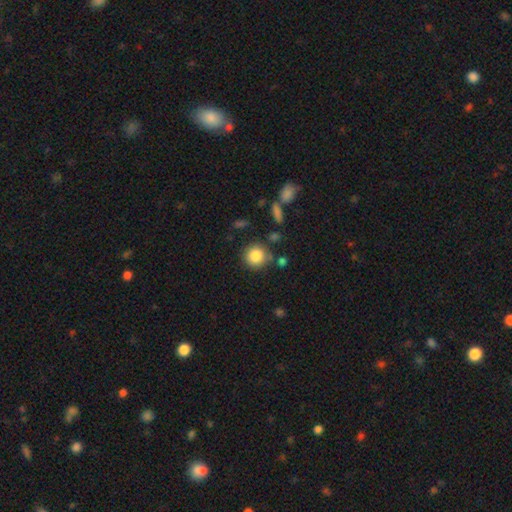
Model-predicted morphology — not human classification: smooth 84%, star or artifact 9%, featured or disk 6%. Down the decision tree: how rounded — round (91%); merging — none (81%).